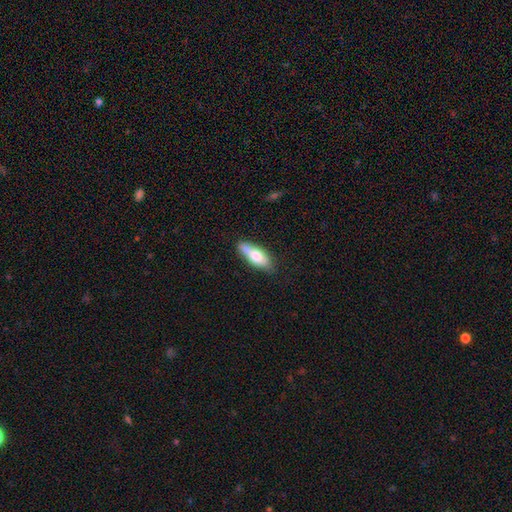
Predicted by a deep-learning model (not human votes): A smooth galaxy with no disk features (70%) that is in between round and cigar-shaped (65%). Merging: none (55%).